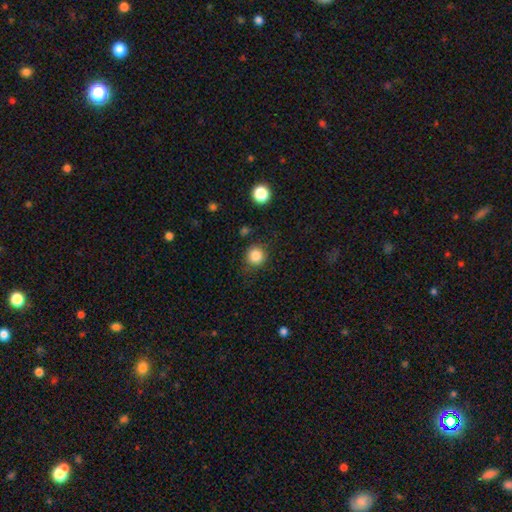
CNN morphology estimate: type=smooth (85%); roundness=round (93%); merging=none (82%).